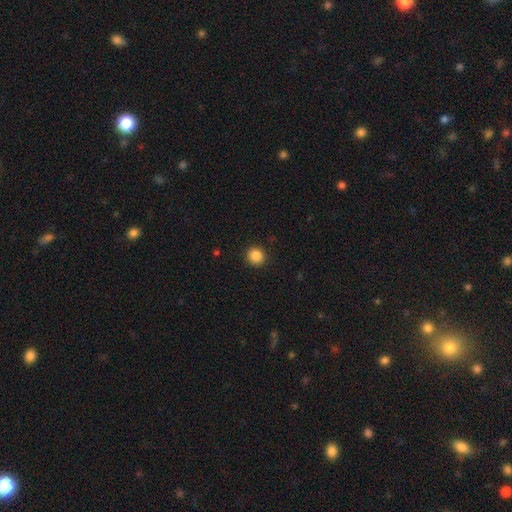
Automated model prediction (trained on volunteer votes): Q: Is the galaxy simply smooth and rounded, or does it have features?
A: smooth — 87%.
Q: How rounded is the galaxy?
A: round — 94%.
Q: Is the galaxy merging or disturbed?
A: none — 92%.